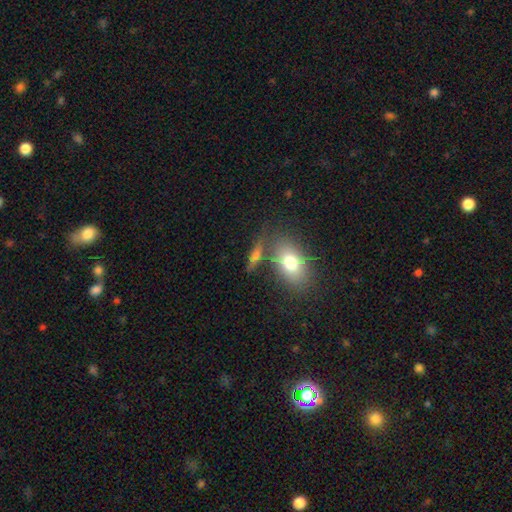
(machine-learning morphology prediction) Overall: smooth (62%; featured or disk 27%). How rounded: in between (52%; cigar-shaped 36%). Merging: none (63%).